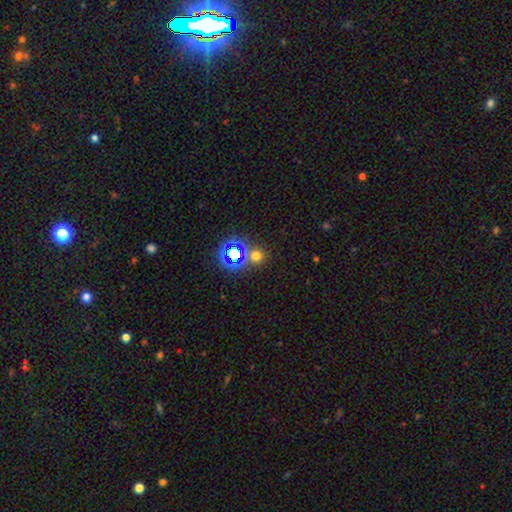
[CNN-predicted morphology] type=smooth (57%); roundness=round (87%); merging=none (72%).